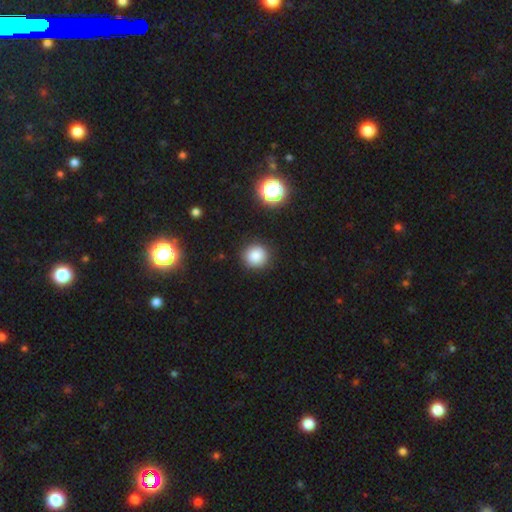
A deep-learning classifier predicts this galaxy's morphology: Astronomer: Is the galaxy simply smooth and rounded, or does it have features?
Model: smooth — 84%.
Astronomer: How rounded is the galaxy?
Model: round — 91%.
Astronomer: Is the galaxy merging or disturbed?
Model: none — 89%.